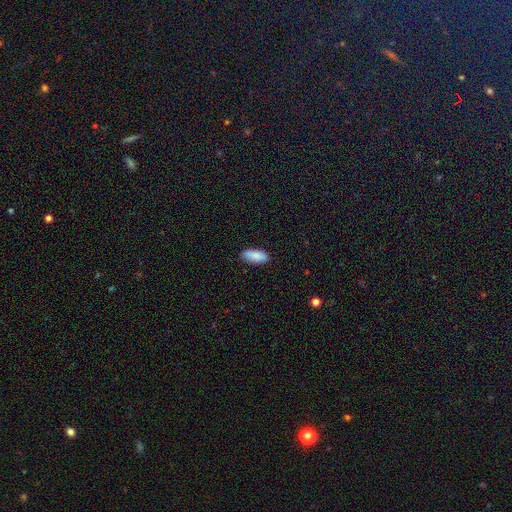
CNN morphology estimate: Smooth or featured? Predicted: smooth (p=0.89). How rounded? Predicted: in between (p=0.82). Merging? Predicted: none (p=0.86).